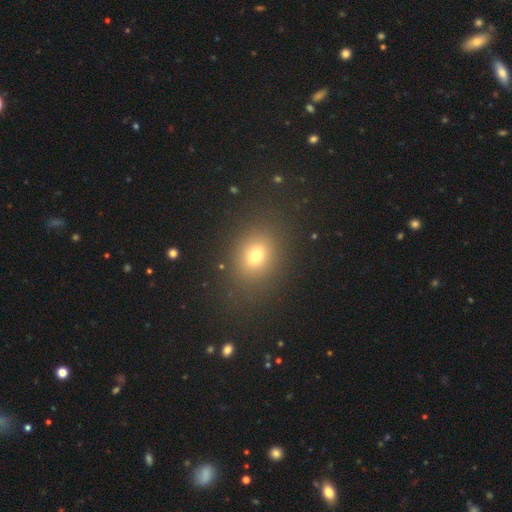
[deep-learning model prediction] Morphology: type=smooth (71%); roundness=in between (54%); merging=none (86%).